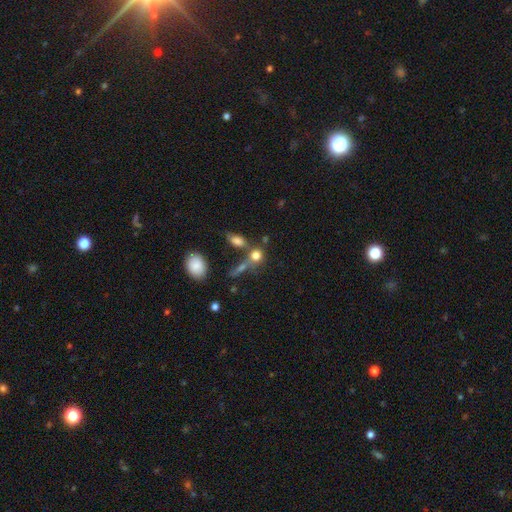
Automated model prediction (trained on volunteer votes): Smooth or featured? Predicted: smooth (p=0.76). How rounded? Predicted: round (p=0.67). Merging? Predicted: none (p=0.46).